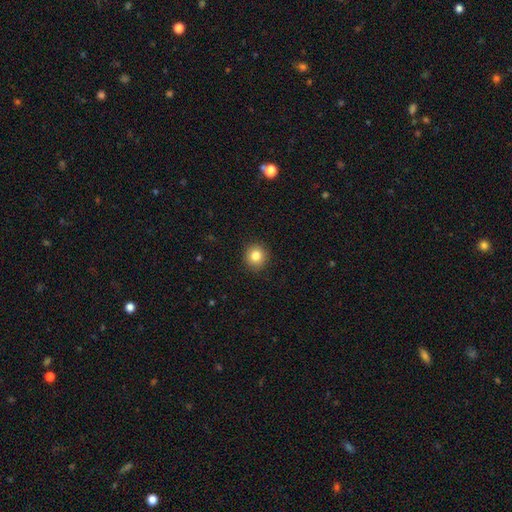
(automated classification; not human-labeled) Morphology: type=smooth (83%); roundness=round (92%); merging=none (91%).